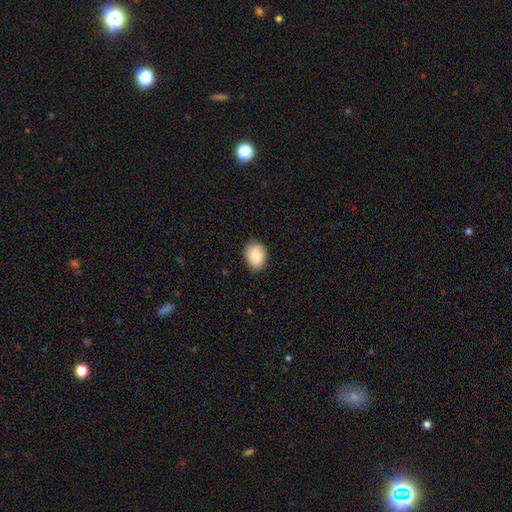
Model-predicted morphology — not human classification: smooth-or-featured: smooth: 82% | featured or disk: 11% | star or artifact: 7%
  how-rounded: in between: 54% | round: 45% | cigar-shaped: 1%
  merging: none: 81% | minor disturbance: 15% | major disturbance: 3% | merger: 1%